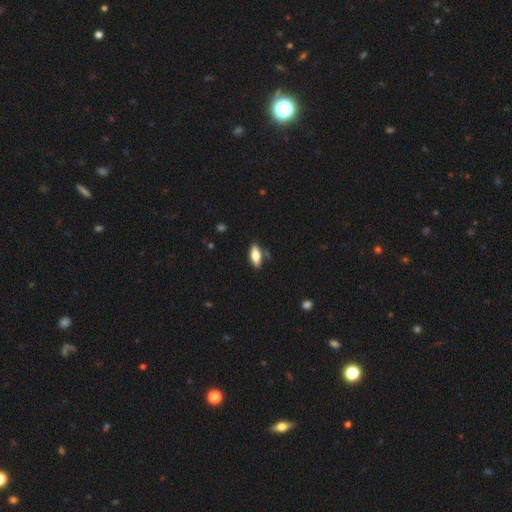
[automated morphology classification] Smooth or featured? Predicted: smooth (p=0.75). How rounded? Predicted: in between (p=0.79). Merging? Predicted: none (p=0.80).